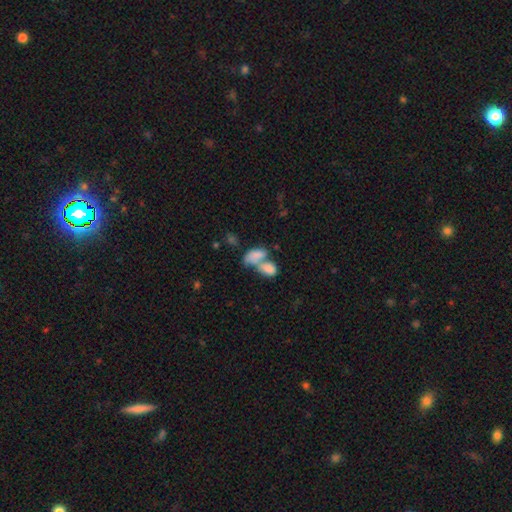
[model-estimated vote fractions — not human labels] The model was most divided on "merging": merger: 71%, none: 15%, minor disturbance: 7%, major disturbance: 6%. More confident: how rounded — in between (90%); smooth or featured — smooth (74%).